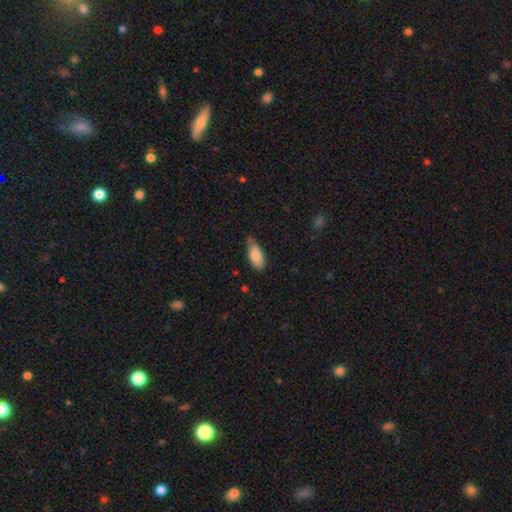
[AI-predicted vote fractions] This appears to be a smooth galaxy with no disk features (81%) that is in between round and cigar-shaped (85%). Merging: none (50%).